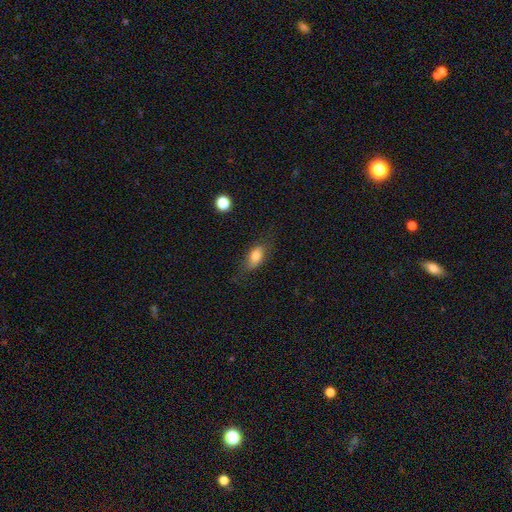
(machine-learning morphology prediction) This appears to be a smooth galaxy with no disk features (78%) that is in between round and cigar-shaped (84%). Merging: none (70%).